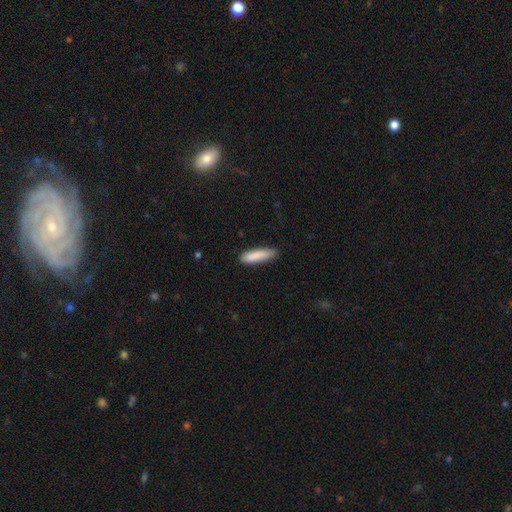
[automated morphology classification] A smooth galaxy with no disk features (87%) that is cigar-shaped (64%).

Vote fractions:
- Smooth or featured? smooth: 87% / featured or disk: 7% / star or artifact: 6%
- How rounded? cigar-shaped: 64% / in between: 35% / round: 1%
- Merging? none: 76% / minor disturbance: 19% / major disturbance: 3% / merger: 1%